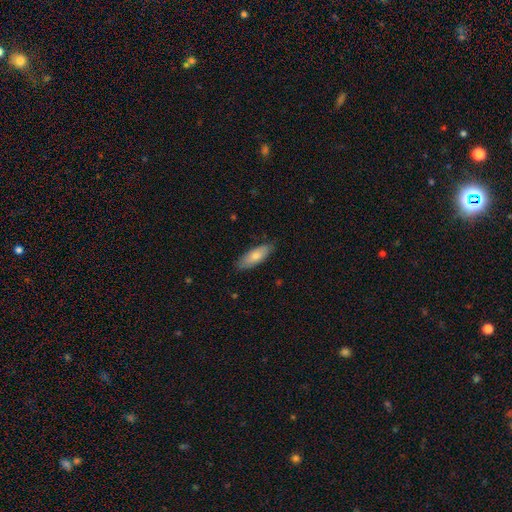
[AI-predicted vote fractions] Smooth or featured? Predicted: smooth (p=0.74). How rounded? Predicted: in between (p=0.65). Merging? Predicted: none (p=0.83).